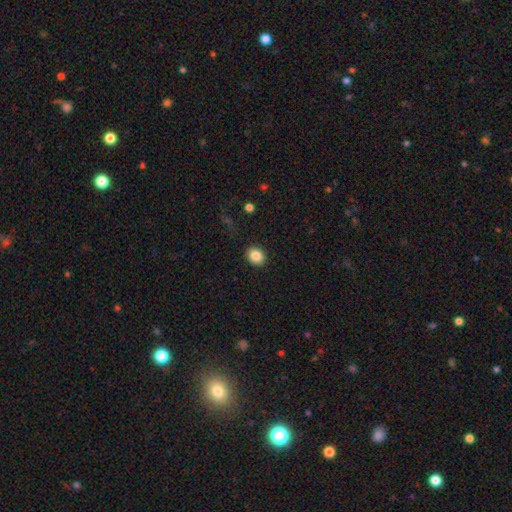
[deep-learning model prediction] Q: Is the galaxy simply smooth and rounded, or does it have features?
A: smooth — 85%.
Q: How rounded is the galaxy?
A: round — 64%.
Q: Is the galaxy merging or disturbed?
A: none — 90%.